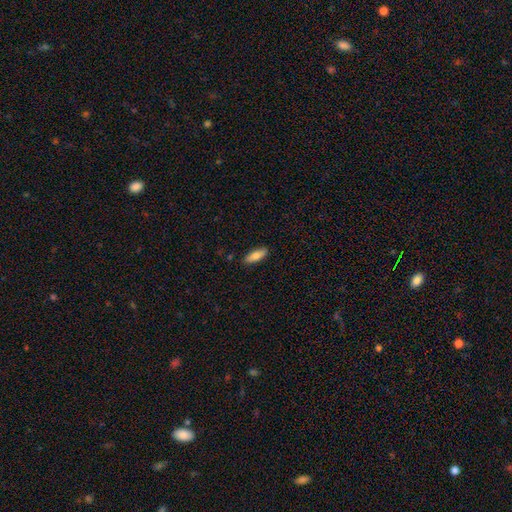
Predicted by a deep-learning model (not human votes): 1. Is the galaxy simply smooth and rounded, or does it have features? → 79% smooth, 15% featured or disk, 6% star or artifact.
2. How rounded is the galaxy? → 63% in between, 36% cigar-shaped, 2% round.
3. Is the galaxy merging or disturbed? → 88% none, 9% minor disturbance, 2% major disturbance, 1% merger.